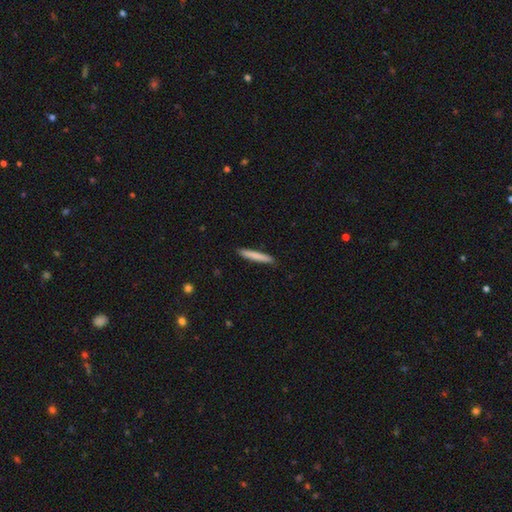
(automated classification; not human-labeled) Smooth or featured?
  - smooth: 80% *
  - featured or disk: 14%
  - star or artifact: 5%
How rounded?
  - cigar-shaped: 95% *
  - in between: 4%
  - round: 1%
Merging?
  - none: 91% *
  - minor disturbance: 6%
  - major disturbance: 1%
  - merger: 1%